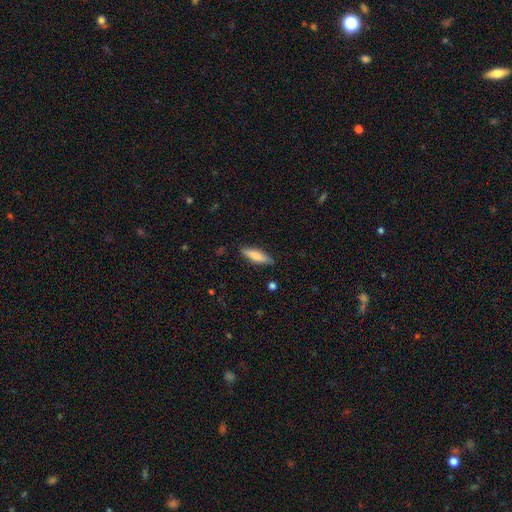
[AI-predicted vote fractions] This is likely a smooth galaxy (76%). How rounded: likely cigar-shaped (62%). Merging: clearly none (86%).